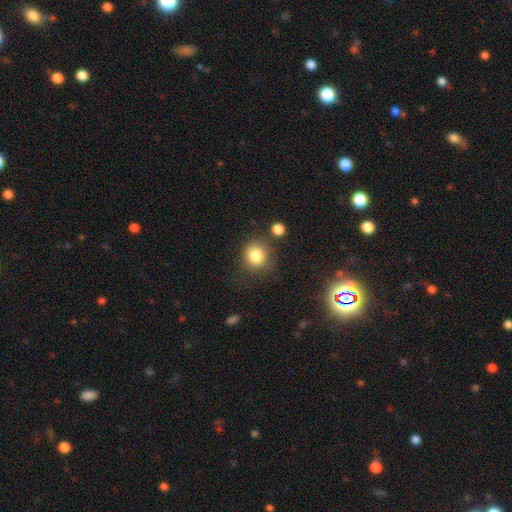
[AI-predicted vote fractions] Smooth or featured? smooth (83%)
How rounded? round (87%)
Merging? none (76%)